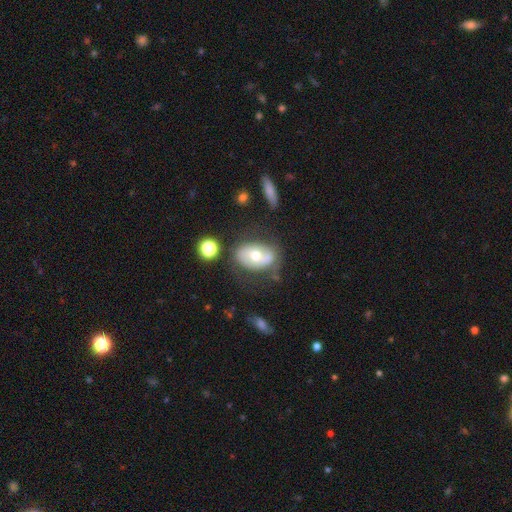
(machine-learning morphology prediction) The model was most divided on "smooth or featured": featured or disk: 48%, smooth: 44%, star or artifact: 8%. More confident: merging — none (61%).